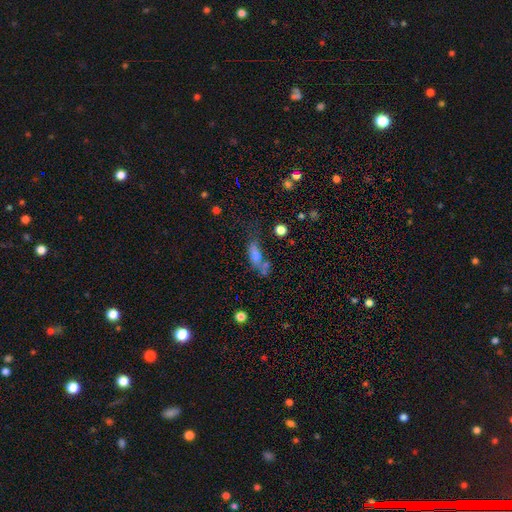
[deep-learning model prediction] Smooth or featured? Predicted: smooth (p=0.62). How rounded? Predicted: in between (p=0.68). Merging? Predicted: none (p=0.31).